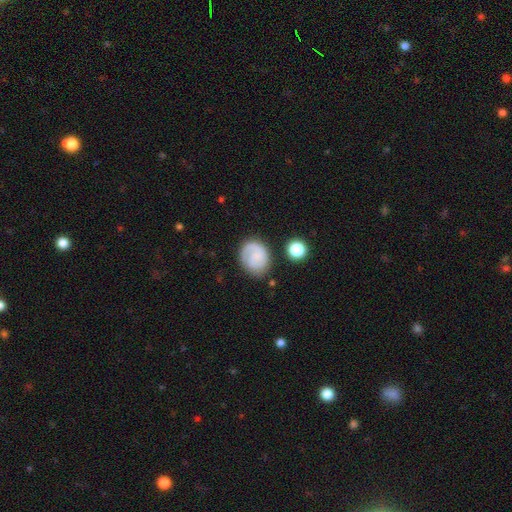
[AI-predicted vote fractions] smooth_or_featured: featured or disk (p=0.65) [alt: smooth p=0.28]
disk_edge_on: no (p=0.98) [alt: yes p=0.02]
bar: no (p=0.67) [alt: weak p=0.29]
has_spiral_arms: yes (p=0.93) [alt: no p=0.07]
spiral_winding: tight (p=0.54) [alt: medium p=0.33]
spiral_arm_count: 2 (p=0.46) [alt: 1 p=0.37]
bulge_size: small (p=0.45) [alt: none p=0.37]
merging: none (p=0.74) [alt: minor disturbance p=0.17]